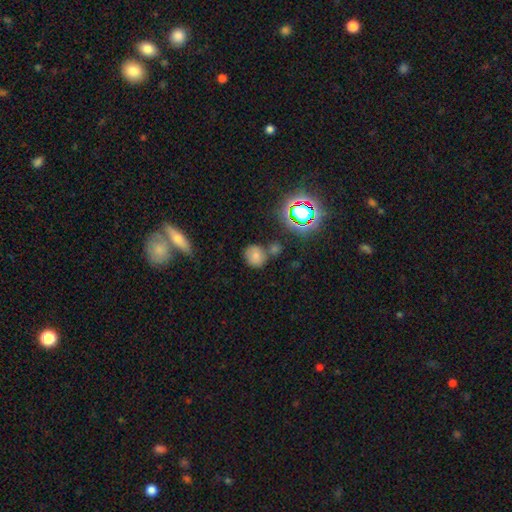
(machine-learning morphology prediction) This appears to be a smooth galaxy with no disk features (69%) that is round (76%). Merging: none (61%).